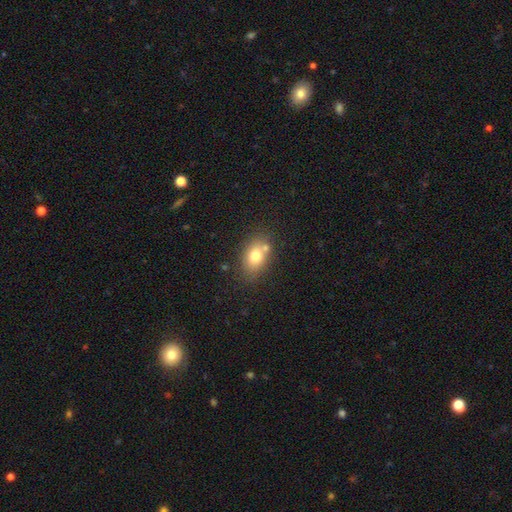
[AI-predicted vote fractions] This is likely a smooth galaxy (75%). How rounded: clearly in between (80%). Merging: likely none (66%).